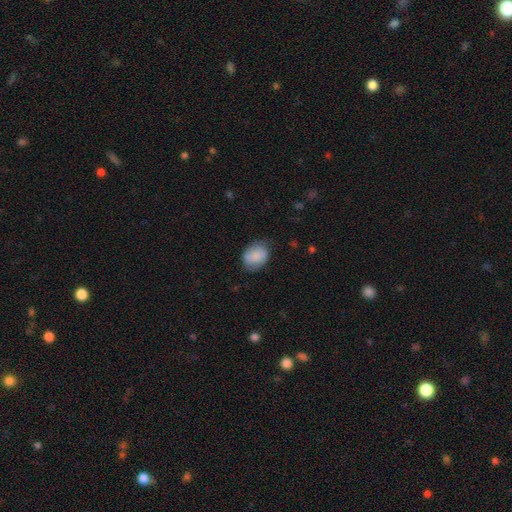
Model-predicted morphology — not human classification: The model was most divided on "how rounded": in between: 62%, round: 37%, cigar-shaped: 1%. More confident: smooth or featured — smooth (77%); merging — none (67%).